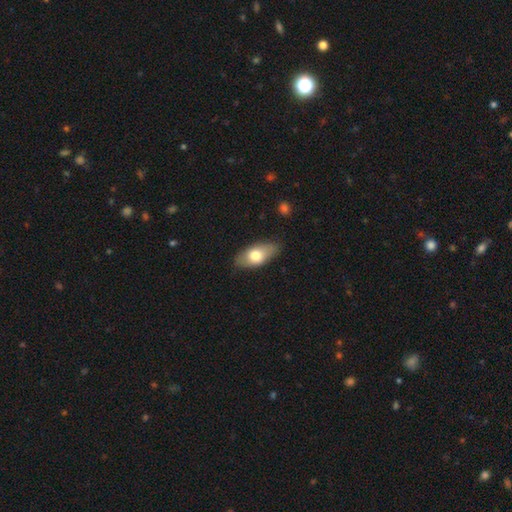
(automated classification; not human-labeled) This is likely a smooth galaxy (71%). How rounded: clearly in between (87%). Merging: likely none (79%).